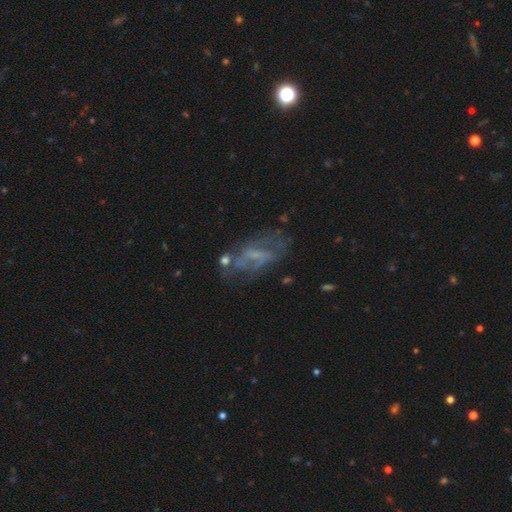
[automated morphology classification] Smooth or featured? featured or disk (65%)
Edge-on disk? no (93%)
Bar? weak (42%)
Spiral arms? yes (52%)
Bulge size? none (42%)
Merging? none (45%)